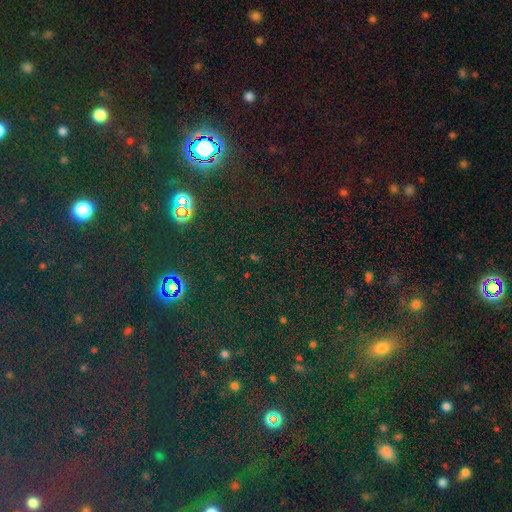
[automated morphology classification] Smooth or featured? Predicted: star or artifact (p=0.74).